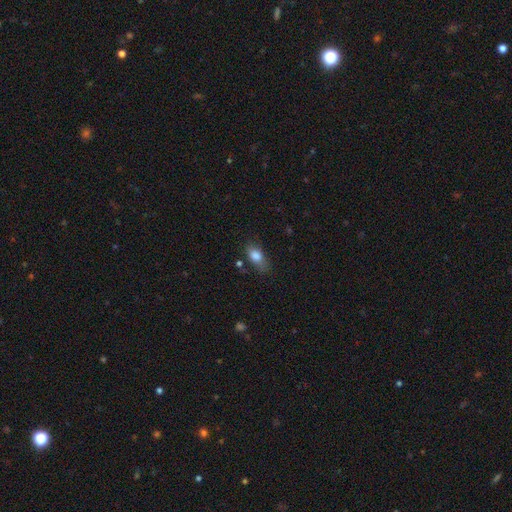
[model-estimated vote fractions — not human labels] Smooth or featured: smooth — 82% (featured or disk — 10%)
How rounded: in between — 85% (round — 10%)
Merging: none — 61% (minor disturbance — 26%)